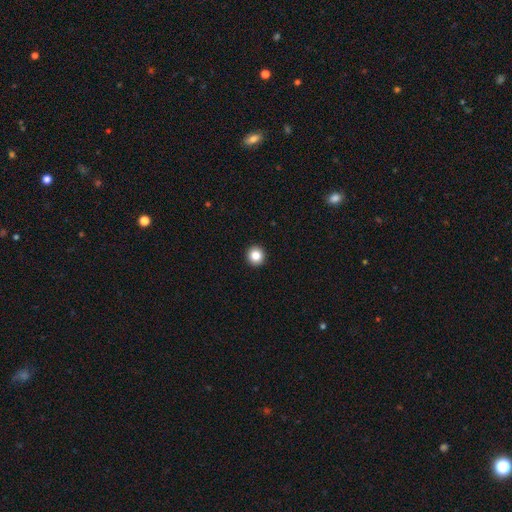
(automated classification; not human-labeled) A smooth galaxy with no disk features (84%) that is round (95%). Merging: none (94%).